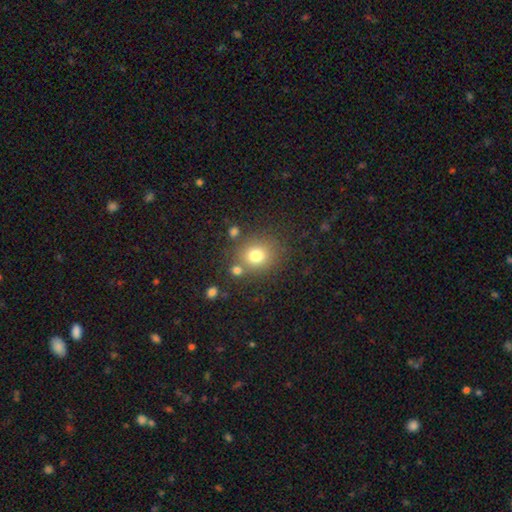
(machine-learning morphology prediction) type=smooth (77%); roundness=round (78%); merging=none (72%).